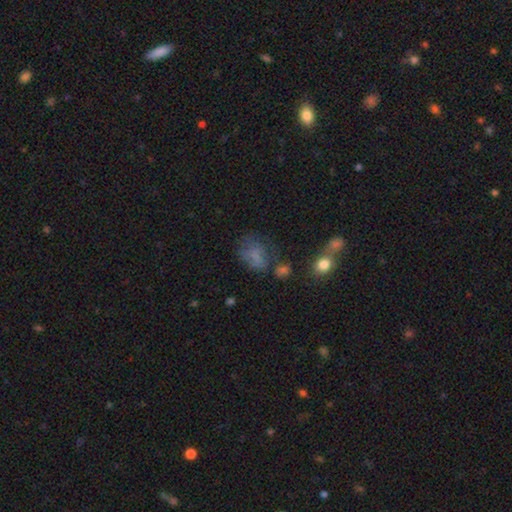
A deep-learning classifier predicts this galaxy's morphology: The model was most divided on "merging": none: 42%, minor disturbance: 25%, major disturbance: 24%, merger: 9%. More confident: how rounded — in between (70%); smooth or featured — smooth (63%).